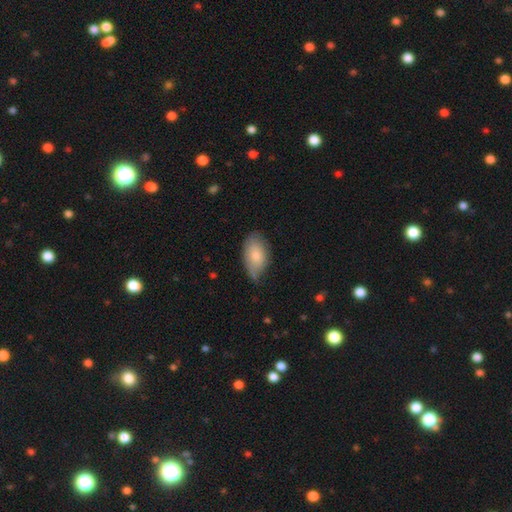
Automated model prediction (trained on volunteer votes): Smooth or featured? smooth (74%)
How rounded? in between (93%)
Merging? none (51%)